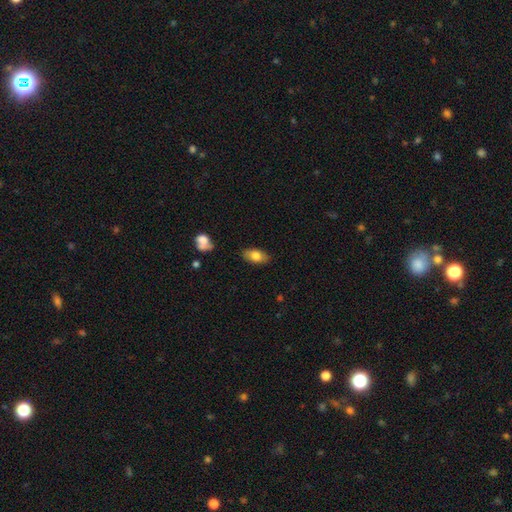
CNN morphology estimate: Smooth or featured?
  - smooth: 77% *
  - featured or disk: 15%
  - star or artifact: 7%
How rounded?
  - in between: 90% *
  - round: 6%
  - cigar-shaped: 4%
Merging?
  - none: 85% *
  - minor disturbance: 11%
  - major disturbance: 2%
  - merger: 2%